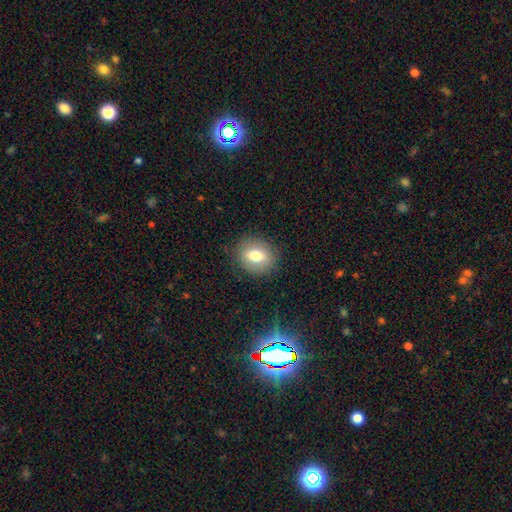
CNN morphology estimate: Smooth or featured? Predicted: smooth (p=0.74). How rounded? Predicted: round (p=0.62). Merging? Predicted: none (p=0.86).